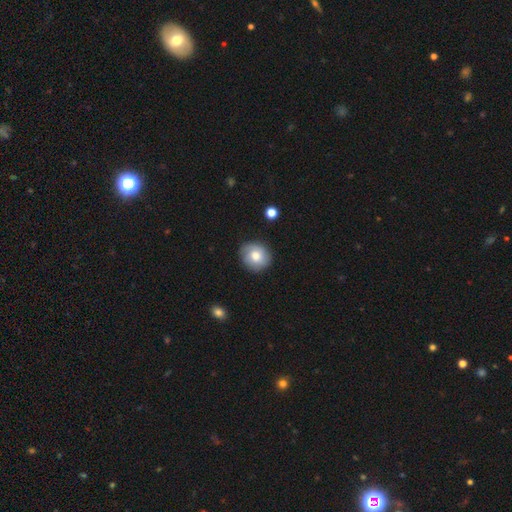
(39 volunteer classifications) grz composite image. It shows a smooth galaxy with no disk features (64%) that is round (88%). Merging: none (69%).